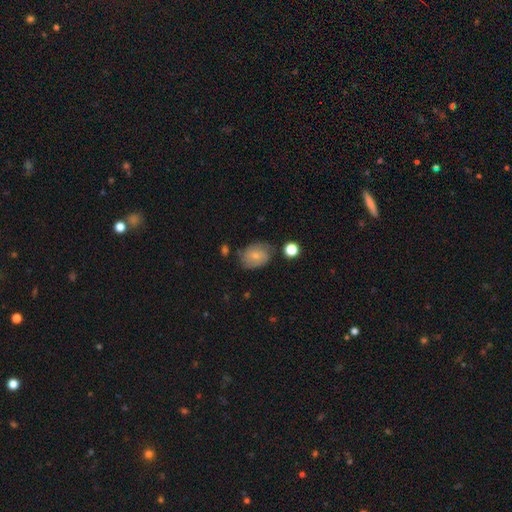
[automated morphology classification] A smooth galaxy with no disk features (62%) that is in between round and cigar-shaped (62%). Merging: none (65%).